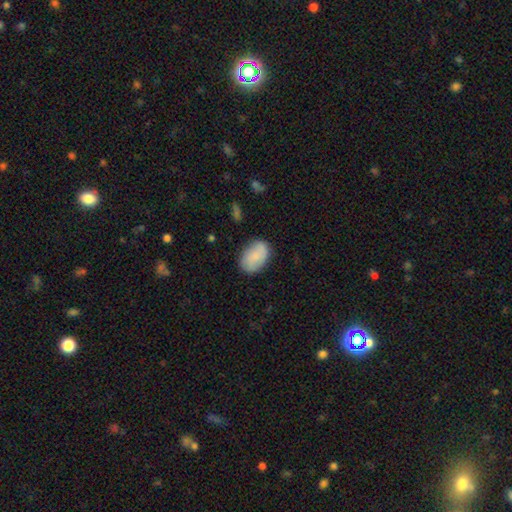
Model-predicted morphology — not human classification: Smooth or featured? smooth (74%)
How rounded? in between (85%)
Merging? none (77%)